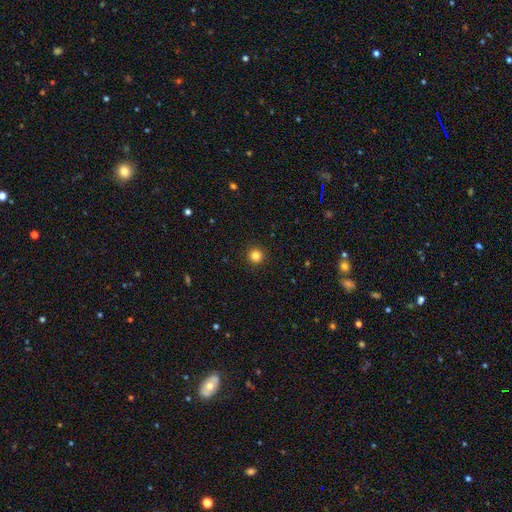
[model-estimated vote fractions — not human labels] A smooth galaxy with no disk features (83%) that is round (96%).

Vote fractions:
- Smooth or featured? smooth: 83% / star or artifact: 12% / featured or disk: 4%
- How rounded? round: 96% / in between: 3% / cigar-shaped: 1%
- Merging? none: 93% / minor disturbance: 4% / major disturbance: 2% / merger: 1%